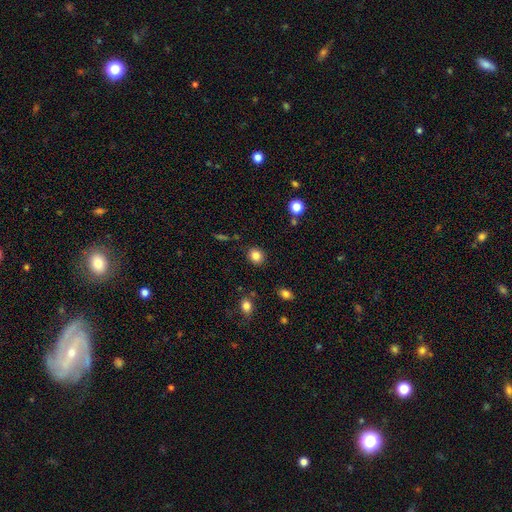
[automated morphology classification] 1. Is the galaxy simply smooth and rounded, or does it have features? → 84% smooth, 10% star or artifact, 6% featured or disk.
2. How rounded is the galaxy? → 72% round, 27% in between, 1% cigar-shaped.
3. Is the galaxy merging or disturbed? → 87% none, 8% minor disturbance, 2% major disturbance, 2% merger.